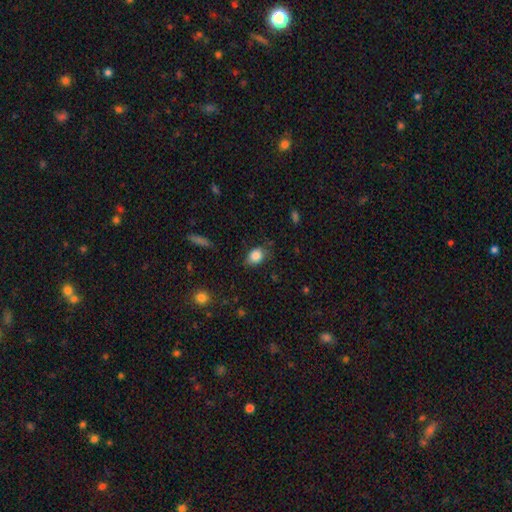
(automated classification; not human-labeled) Morphology: type=smooth (85%); roundness=in between (67%); merging=none (71%).